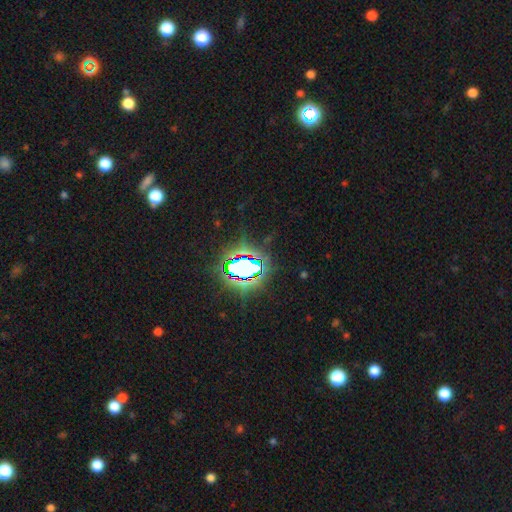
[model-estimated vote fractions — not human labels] Overall: star or artifact (81%).